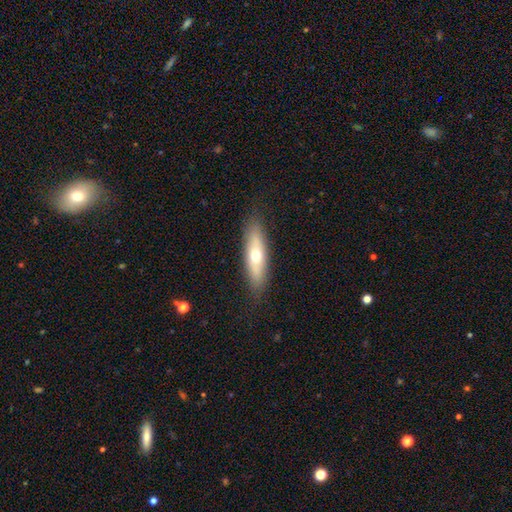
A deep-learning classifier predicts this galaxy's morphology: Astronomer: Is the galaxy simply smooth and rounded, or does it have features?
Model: smooth — 58% (runner-up: featured or disk, 36%).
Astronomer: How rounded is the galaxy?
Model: cigar-shaped — 57% (runner-up: in between, 41%).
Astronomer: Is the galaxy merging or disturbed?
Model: none — 86%.